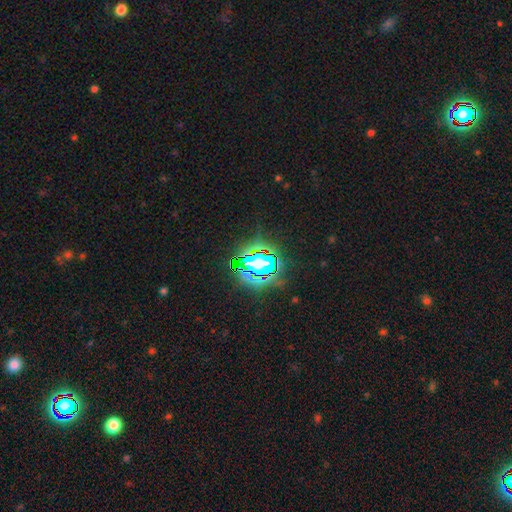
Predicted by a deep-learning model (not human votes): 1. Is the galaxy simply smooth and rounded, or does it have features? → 71% star or artifact, 16% smooth, 13% featured or disk.